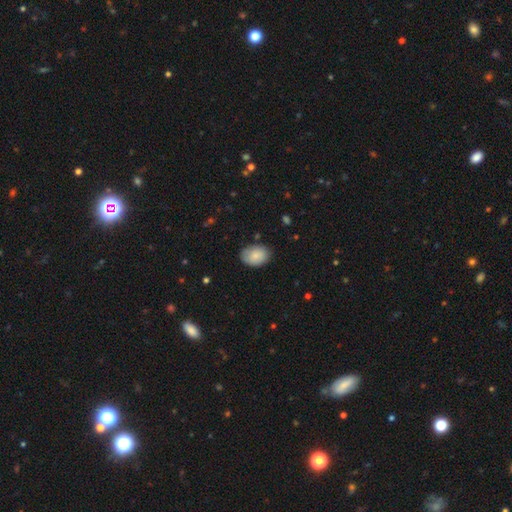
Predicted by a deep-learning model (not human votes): The model was most divided on "merging": none: 79%, minor disturbance: 17%, major disturbance: 3%, merger: 1%. More confident: smooth or featured — smooth (84%); how rounded — in between (80%).